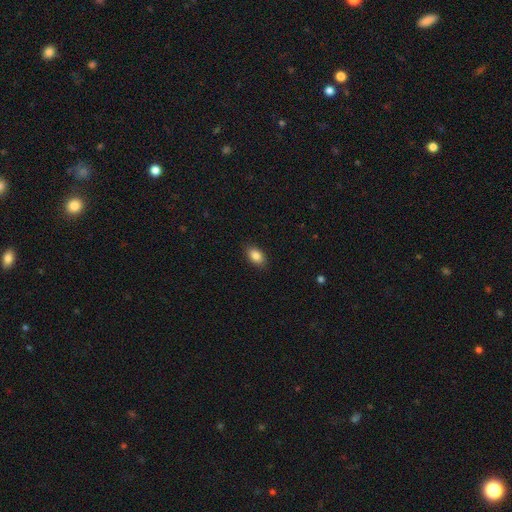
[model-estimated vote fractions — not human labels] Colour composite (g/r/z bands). It shows a smooth galaxy with no disk features (86%) that is in between round and cigar-shaped (90%). Merging: none (88%).